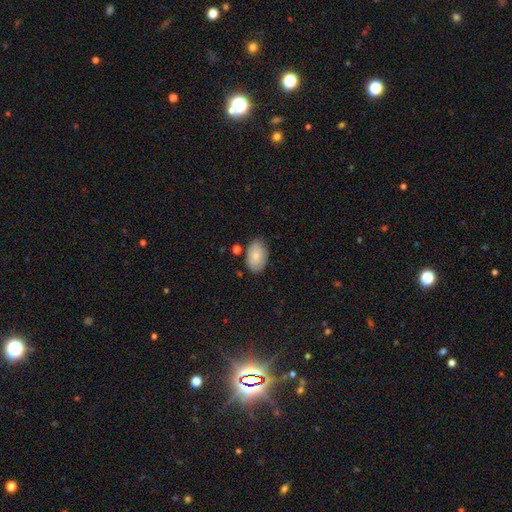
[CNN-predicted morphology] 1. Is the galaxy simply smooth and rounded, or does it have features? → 82% smooth, 11% featured or disk, 7% star or artifact.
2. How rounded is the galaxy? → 90% in between, 9% round, 1% cigar-shaped.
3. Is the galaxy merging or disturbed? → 76% none, 17% minor disturbance, 4% merger, 3% major disturbance.